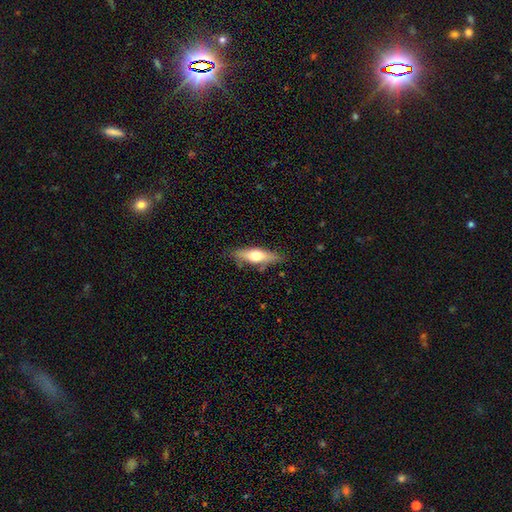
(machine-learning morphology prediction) Smooth or featured? Predicted: smooth (p=0.52). How rounded? Predicted: cigar-shaped (p=0.57). Merging? Predicted: none (p=0.78).